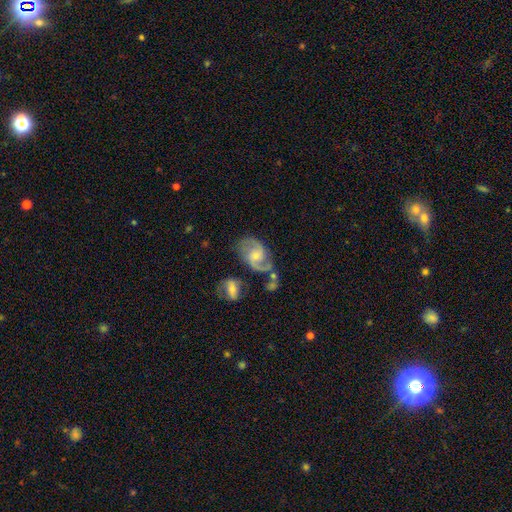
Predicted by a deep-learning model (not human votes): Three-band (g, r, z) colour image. It shows a featured or disk galaxy (80%) with no bar (52%), 2 (85%) medium (52%) spiral arms (95%) and a small central bulge (54%). Merging: none (51%).